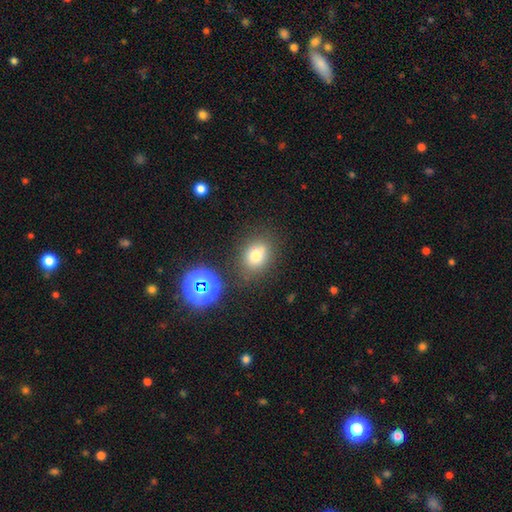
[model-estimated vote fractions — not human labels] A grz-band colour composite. It shows a smooth galaxy with no disk features (72%) that is in between round and cigar-shaped (51%). Merging: none (72%).